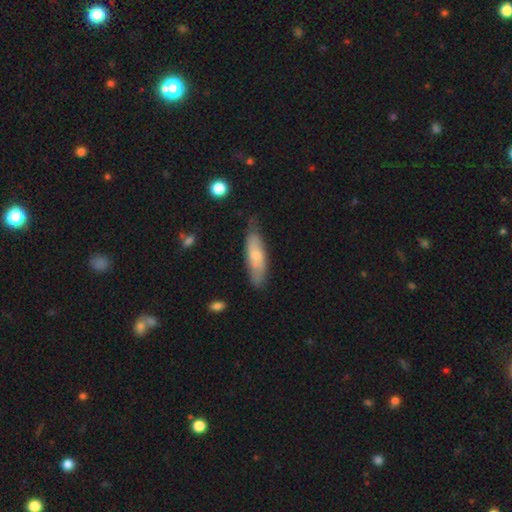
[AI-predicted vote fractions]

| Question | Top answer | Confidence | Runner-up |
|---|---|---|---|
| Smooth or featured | smooth | 59% | featured or disk (35%) |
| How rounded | cigar-shaped | 53% | in between (45%) |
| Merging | none | 65% | minor disturbance (26%) |